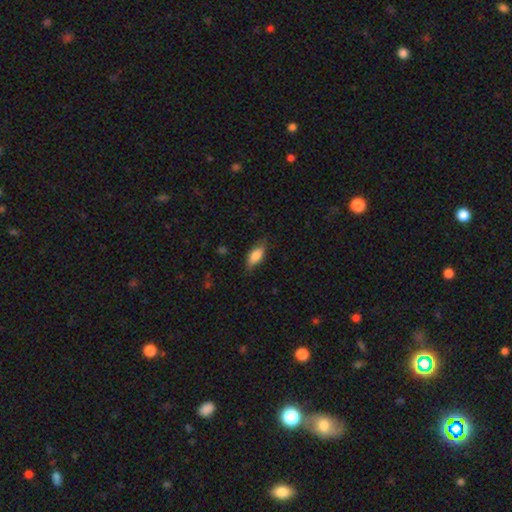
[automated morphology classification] Smooth or featured? Predicted: smooth (p=0.82). How rounded? Predicted: in between (p=0.85). Merging? Predicted: none (p=0.72).